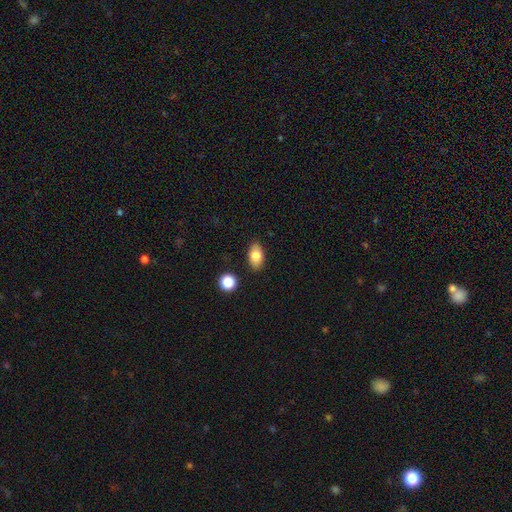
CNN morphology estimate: This is clearly a smooth galaxy (80%). How rounded: clearly in between (90%). Merging: clearly none (86%).